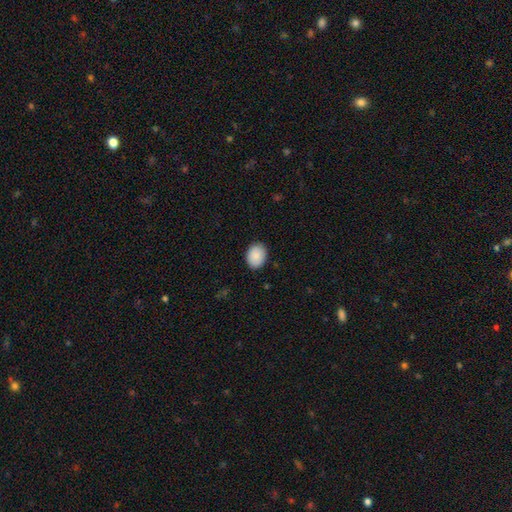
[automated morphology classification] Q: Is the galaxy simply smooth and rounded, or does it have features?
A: smooth — 90%.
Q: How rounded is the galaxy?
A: in between — 69%.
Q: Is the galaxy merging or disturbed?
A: none — 89%.